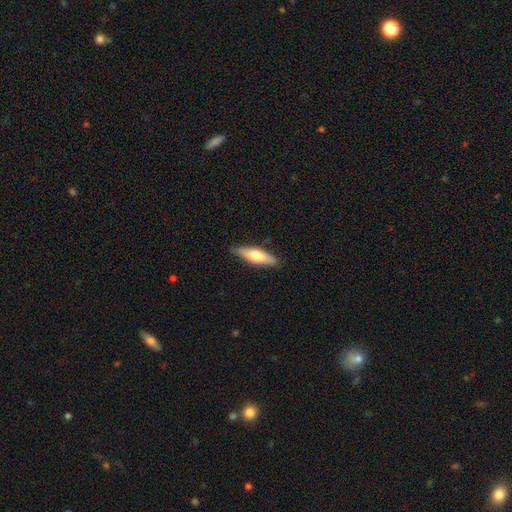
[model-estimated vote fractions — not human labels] Overall: smooth (60%; featured or disk 35%). How rounded: cigar-shaped (58%; in between 40%). Merging: none (86%).